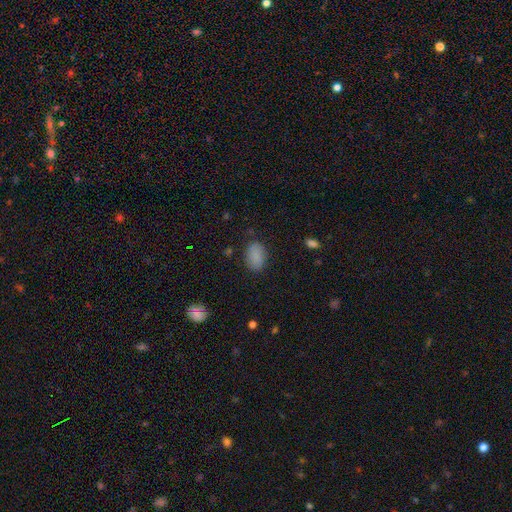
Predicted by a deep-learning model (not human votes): smooth-or-featured: smooth: 87% | star or artifact: 9% | featured or disk: 4%
  how-rounded: in between: 89% | round: 10% | cigar-shaped: 1%
  merging: none: 84% | minor disturbance: 12% | major disturbance: 3% | merger: 1%